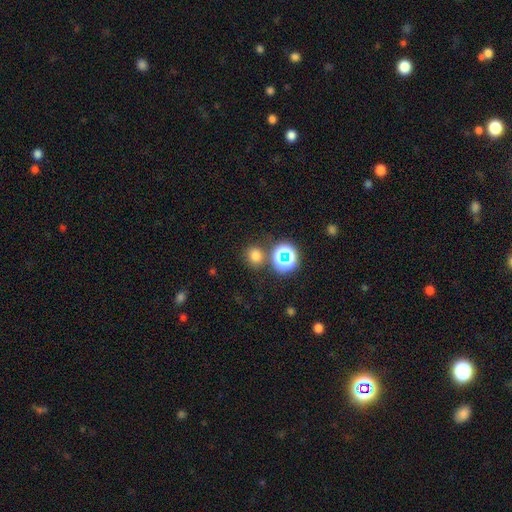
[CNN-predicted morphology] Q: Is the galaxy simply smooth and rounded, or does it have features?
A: smooth — 70%.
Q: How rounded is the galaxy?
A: round — 85%.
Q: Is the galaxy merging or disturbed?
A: none — 78%.